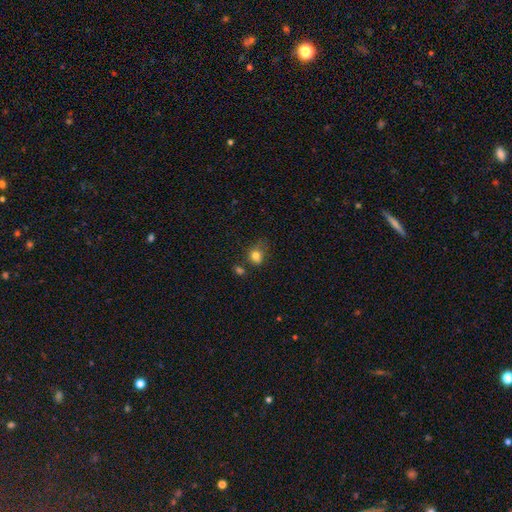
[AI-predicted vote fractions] This is likely a smooth galaxy (78%). How rounded: possibly round (59%). Merging: marginally none (42%).